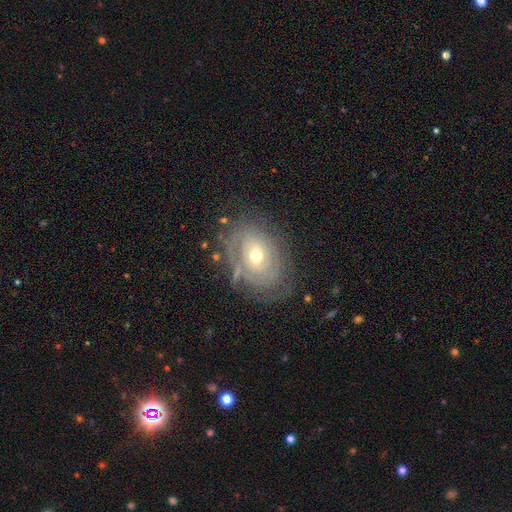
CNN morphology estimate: Q: Smooth or featured?
A: featured or disk (74%); runner-up: smooth (17%)
Q: Edge-on disk?
A: no (95%); runner-up: yes (5%)
Q: Bar?
A: no (76%); runner-up: weak (18%)
Q: Spiral arms?
A: yes (74%); runner-up: no (26%)
Q: Spiral winding?
A: tight (76%); runner-up: medium (17%)
Q: Spiral arm count?
A: can't tell (53%); runner-up: 2 (20%)
Q: Bulge size?
A: moderate (63%); runner-up: small (32%)
Q: Merging?
A: none (73%); runner-up: minor disturbance (18%)